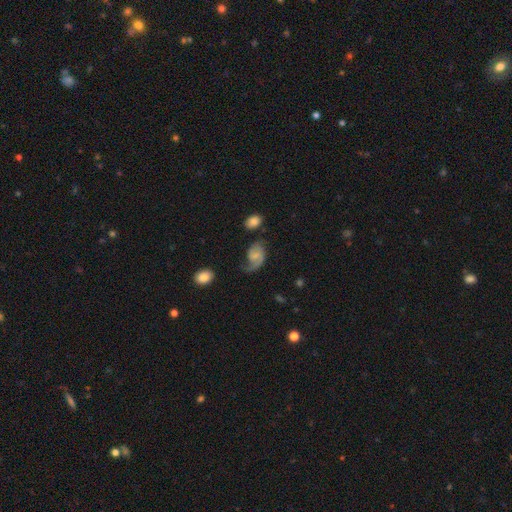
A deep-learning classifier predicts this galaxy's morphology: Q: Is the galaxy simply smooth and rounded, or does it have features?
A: featured or disk — 64%.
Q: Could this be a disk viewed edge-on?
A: no — 97%.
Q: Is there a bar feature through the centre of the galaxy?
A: no — 63%.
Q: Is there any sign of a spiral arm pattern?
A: yes — 91%.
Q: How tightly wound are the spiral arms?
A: loose — 45%.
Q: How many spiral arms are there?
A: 1 — 51%.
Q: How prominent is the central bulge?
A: small — 53%.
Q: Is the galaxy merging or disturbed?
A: none — 38%.